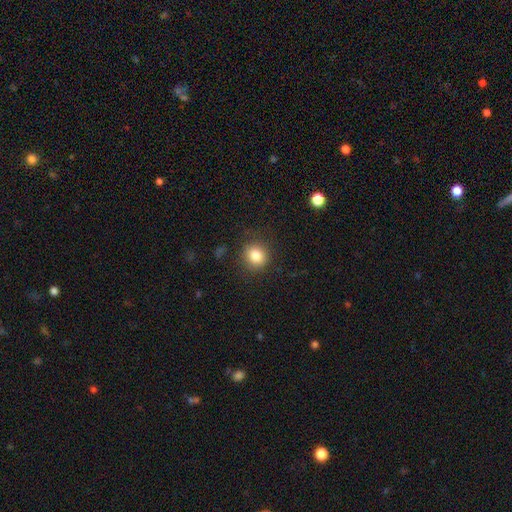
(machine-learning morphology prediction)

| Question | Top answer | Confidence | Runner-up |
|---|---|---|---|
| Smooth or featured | smooth | 84% | star or artifact (10%) |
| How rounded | round | 83% | in between (16%) |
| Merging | none | 86% | minor disturbance (9%) |